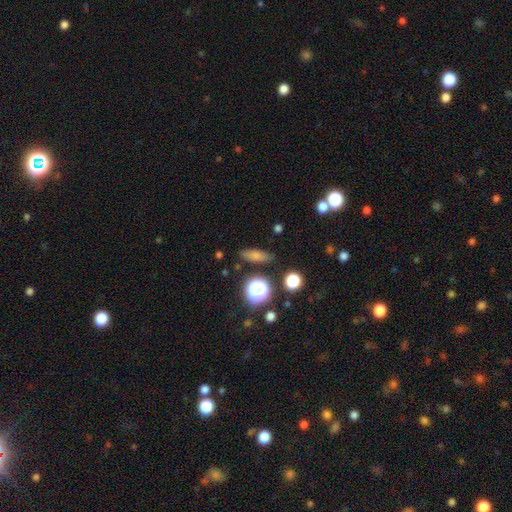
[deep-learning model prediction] smooth_or_featured: smooth (p=0.70) [alt: featured or disk p=0.15]
how_rounded: in between (p=0.44) [alt: cigar-shaped p=0.39]
merging: none (p=0.82) [alt: minor disturbance p=0.12]